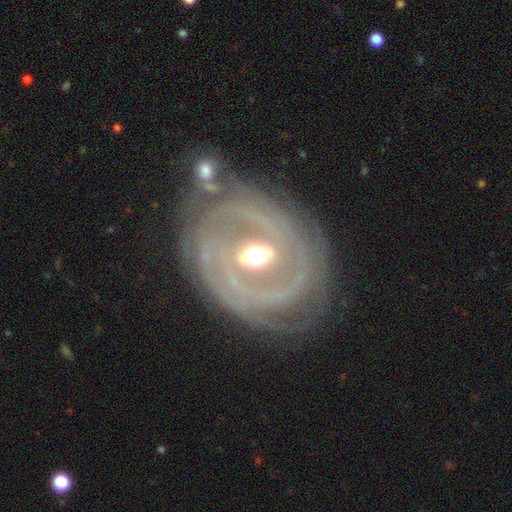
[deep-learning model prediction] A featured or disk galaxy (84%) with a strong bar (51%), 2 (47%) tight (61%) spiral arms (74%) and a moderate central bulge (66%). Merging: none (72%).